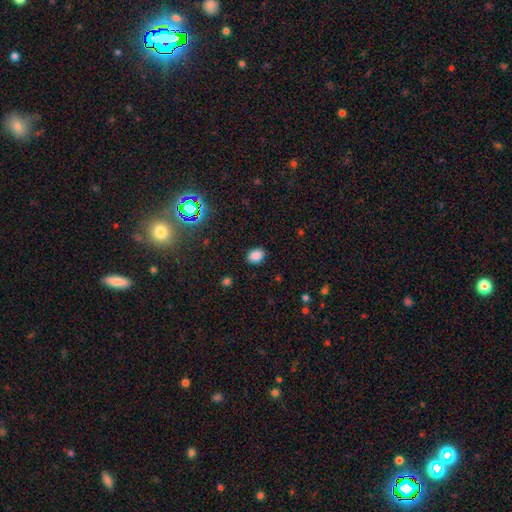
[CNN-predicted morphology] smooth-or-featured: smooth: 85% | star or artifact: 11% | featured or disk: 4%
  how-rounded: in between: 64% | round: 35% | cigar-shaped: 1%
  merging: none: 87% | minor disturbance: 9% | major disturbance: 2% | merger: 1%